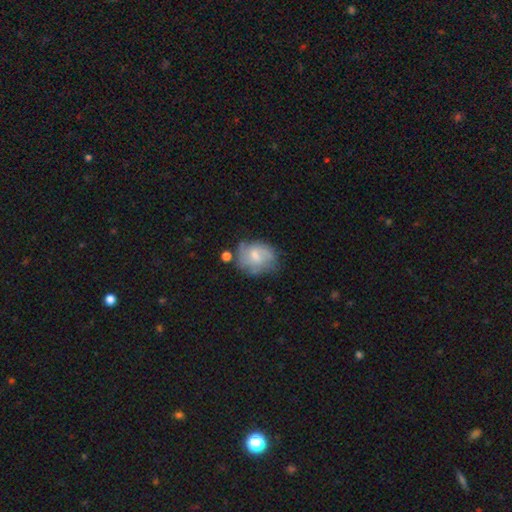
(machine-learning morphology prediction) The model was most divided on "smooth or featured": featured or disk: 48%, smooth: 45%, star or artifact: 8%. Remaining: merging — none (47%).